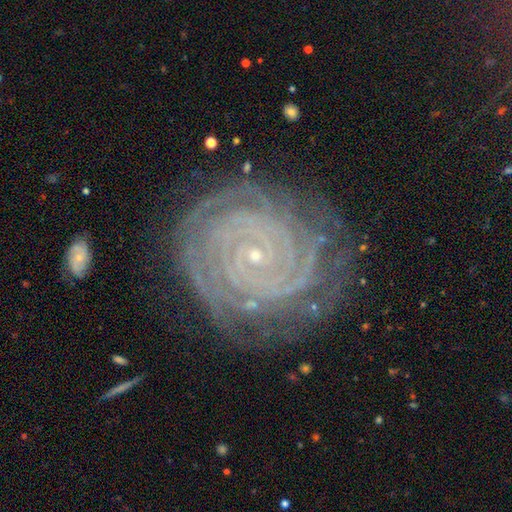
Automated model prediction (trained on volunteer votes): This is clearly a featured or disk galaxy (87%). It is clearly not viewed edge-on (97%). Bar: likely no (74%). Spiral arm pattern: clearly yes (98%). Spiral arm count: marginally can't tell (21%). Spiral winding: clearly tight (88%). Central bulge: clearly small (91%). Merging: likely none (80%).